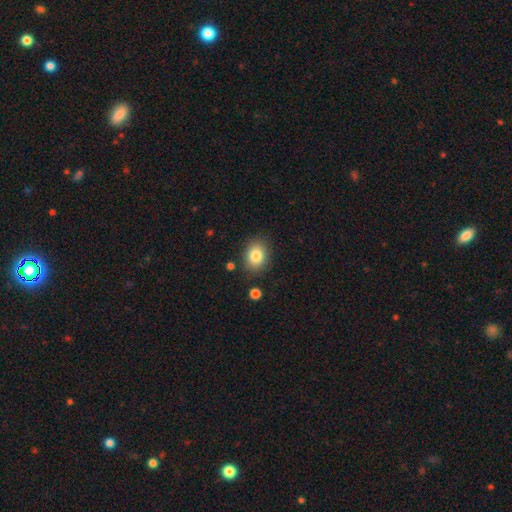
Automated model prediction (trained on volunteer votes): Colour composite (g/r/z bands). It shows a smooth galaxy with no disk features (83%) that is in between round and cigar-shaped (52%). Merging: none (85%).